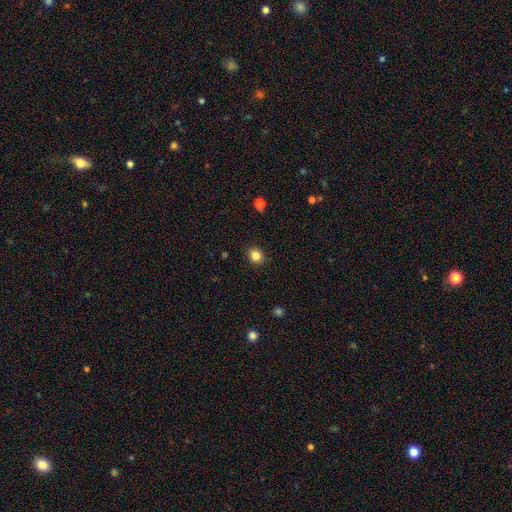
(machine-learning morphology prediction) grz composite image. It shows a smooth galaxy with no disk features (85%) that is round (74%). Merging: none (90%).